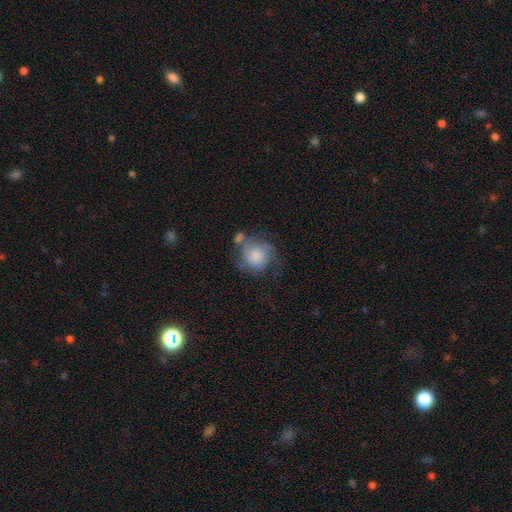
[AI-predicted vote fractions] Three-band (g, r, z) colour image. It shows a smooth galaxy with no disk features (68%) that is round (76%). Merging: none (37%).